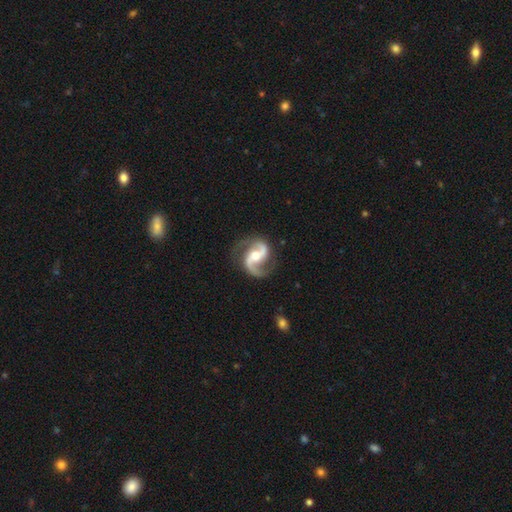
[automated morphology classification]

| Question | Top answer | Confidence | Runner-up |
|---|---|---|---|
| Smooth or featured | featured or disk | 92% | smooth (4%) |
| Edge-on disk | no | 98% | yes (2%) |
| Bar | no | 40% | weak (39%) |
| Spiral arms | yes | 98% | no (2%) |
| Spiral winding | medium | 56% | loose (32%) |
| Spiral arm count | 2 | 94% | 1 (2%) |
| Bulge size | moderate | 67% | small (22%) |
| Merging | none | 80% | minor disturbance (13%) |